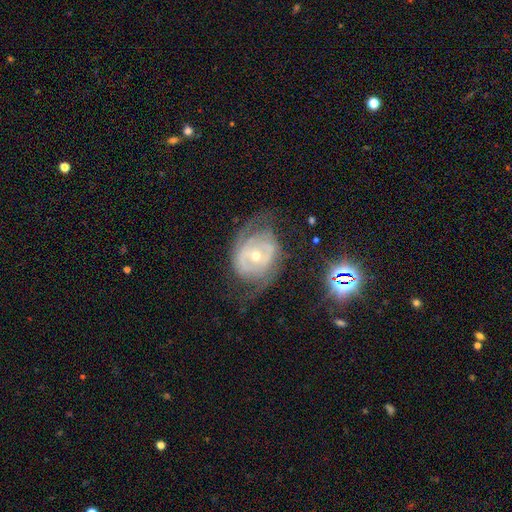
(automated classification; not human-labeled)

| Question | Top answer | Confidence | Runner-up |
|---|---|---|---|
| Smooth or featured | featured or disk | 78% | smooth (14%) |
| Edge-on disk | no | 95% | yes (5%) |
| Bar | no | 62% | weak (26%) |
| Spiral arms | yes | 79% | no (21%) |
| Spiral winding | tight | 43% | medium (38%) |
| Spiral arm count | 2 | 64% | can't tell (23%) |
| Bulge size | small | 54% | moderate (42%) |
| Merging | none | 58% | minor disturbance (20%) |